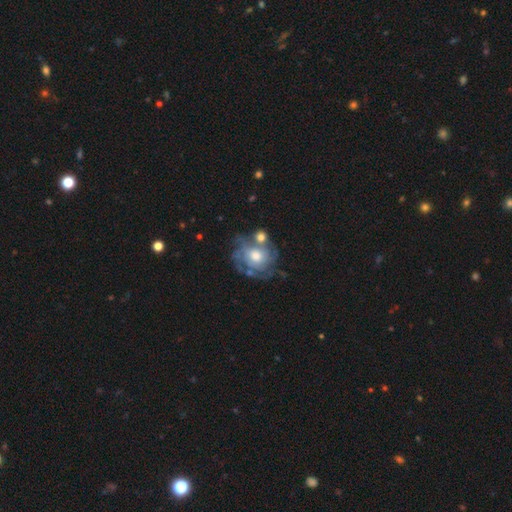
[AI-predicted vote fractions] Smooth or featured?
  - featured or disk: 73% *
  - smooth: 19%
  - star or artifact: 8%
Edge-on disk?
  - no: 97% *
  - yes: 3%
Bar?
  - no: 80% *
  - weak: 17%
  - strong: 3%
Spiral arms?
  - yes: 84% *
  - no: 16%
Spiral winding?
  - tight: 65% *
  - medium: 26%
  - loose: 9%
Spiral arm count?
  - can't tell: 48% *
  - 3: 16%
  - 4: 13%
  - 2: 11%
  - more than 4: 7%
  - 1: 6%
Bulge size?
  - moderate: 66% *
  - small: 16%
  - large: 15%
  - none: 2%
  - dominant: 1%
Merging?
  - none: 57% *
  - minor disturbance: 18%
  - merger: 15%
  - major disturbance: 10%